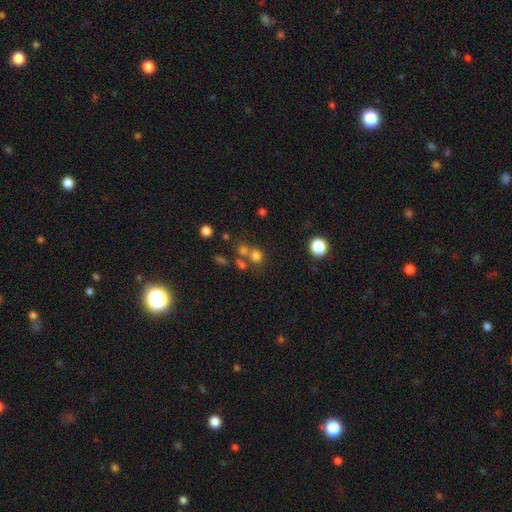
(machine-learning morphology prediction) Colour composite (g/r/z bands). It shows a smooth galaxy with no disk features (70%) that is round (81%). Merging: none (52%).